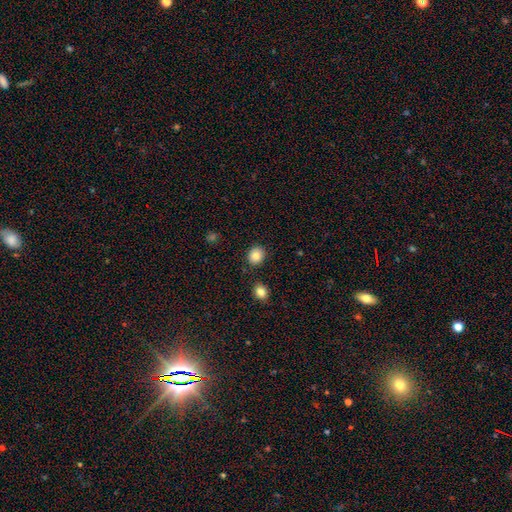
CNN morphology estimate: Smooth or featured? Predicted: smooth (p=0.85). How rounded? Predicted: round (p=0.79). Merging? Predicted: none (p=0.88).